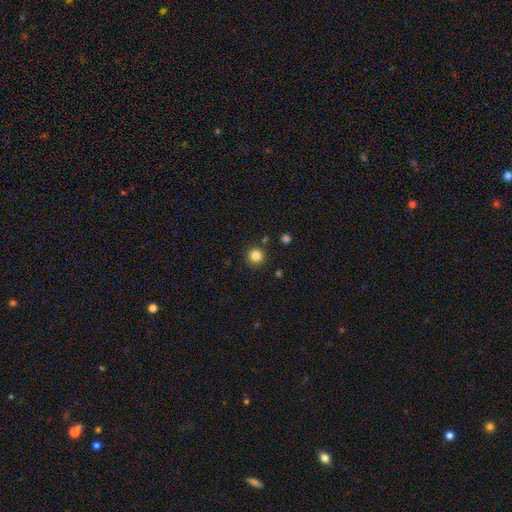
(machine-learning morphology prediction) Smooth or featured: smooth — 83% (star or artifact — 12%)
How rounded: round — 95% (in between — 4%)
Merging: none — 89% (minor disturbance — 6%)